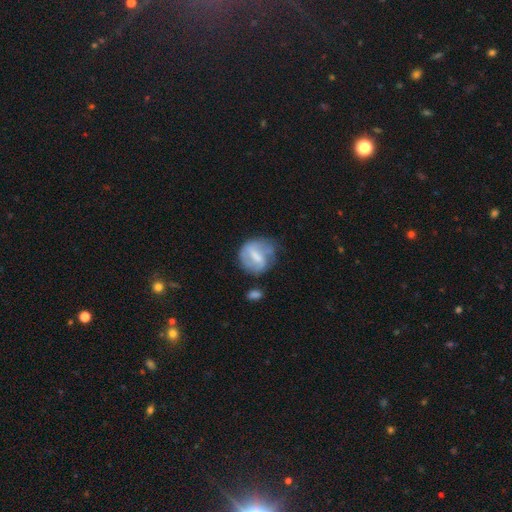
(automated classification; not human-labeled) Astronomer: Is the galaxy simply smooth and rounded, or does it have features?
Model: featured or disk — 50% (runner-up: smooth, 43%).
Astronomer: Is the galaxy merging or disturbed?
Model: none — 48% (runner-up: minor disturbance, 29%).